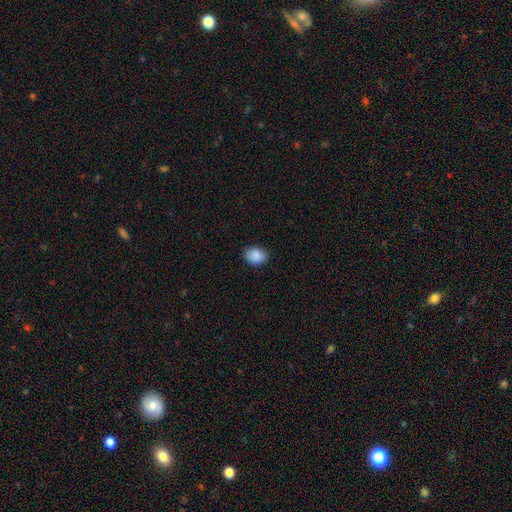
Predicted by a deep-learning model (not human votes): Overall: smooth (88%). How rounded: in between (66%; round 33%). Merging: none (85%).